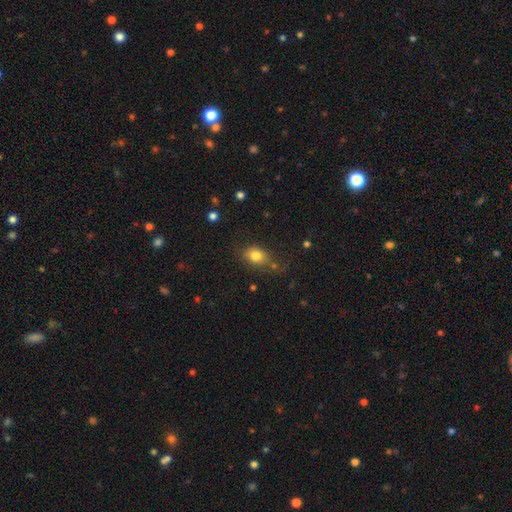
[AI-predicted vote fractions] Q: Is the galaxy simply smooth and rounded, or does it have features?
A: smooth — 80%.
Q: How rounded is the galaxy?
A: in between — 65%.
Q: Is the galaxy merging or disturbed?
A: none — 65%.